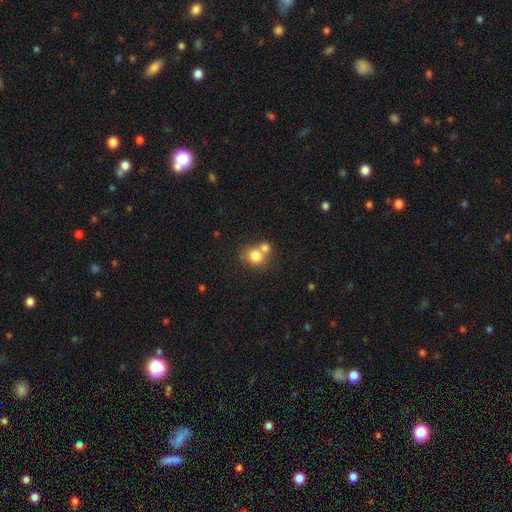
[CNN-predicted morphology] Smooth or featured? Predicted: smooth (p=0.79). How rounded? Predicted: round (p=0.75). Merging? Predicted: merger (p=0.46).